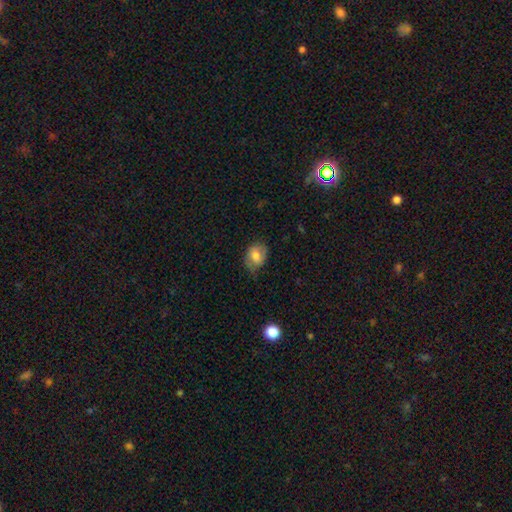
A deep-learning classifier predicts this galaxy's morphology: type=smooth (72%); roundness=in between (61%); merging=none (60%).